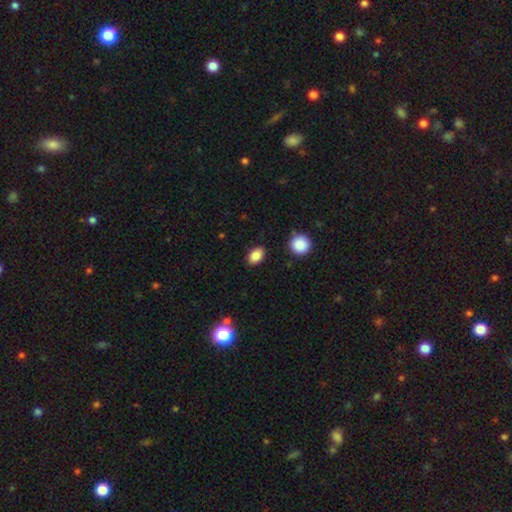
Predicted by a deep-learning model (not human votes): Smooth or featured?
  - smooth: 85% *
  - star or artifact: 9%
  - featured or disk: 6%
How rounded?
  - in between: 78% *
  - round: 20%
  - cigar-shaped: 1%
Merging?
  - none: 87% *
  - minor disturbance: 9%
  - major disturbance: 2%
  - merger: 2%